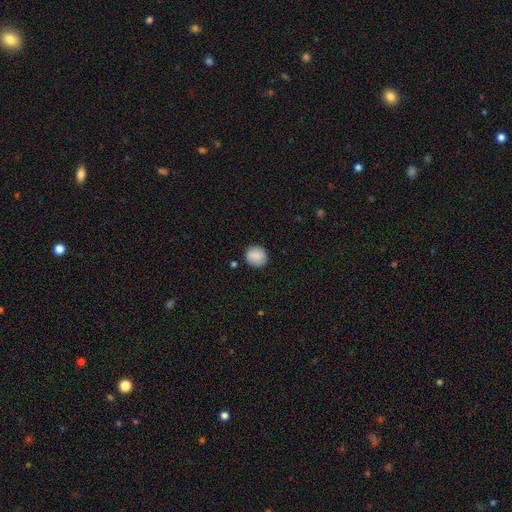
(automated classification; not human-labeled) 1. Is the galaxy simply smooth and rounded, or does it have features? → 87% smooth, 8% star or artifact, 6% featured or disk.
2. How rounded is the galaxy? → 86% round, 13% in between, 1% cigar-shaped.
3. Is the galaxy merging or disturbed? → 86% none, 10% minor disturbance, 2% major disturbance, 2% merger.